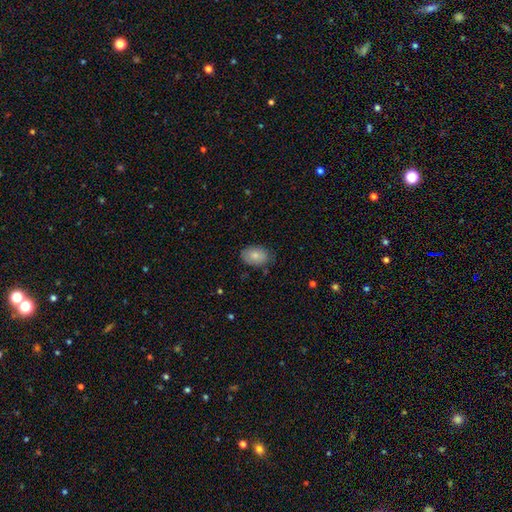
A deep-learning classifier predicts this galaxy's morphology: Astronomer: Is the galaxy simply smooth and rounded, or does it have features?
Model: smooth — 80%.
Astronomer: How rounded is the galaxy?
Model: in between — 85%.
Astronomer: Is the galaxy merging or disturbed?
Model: none — 77%.